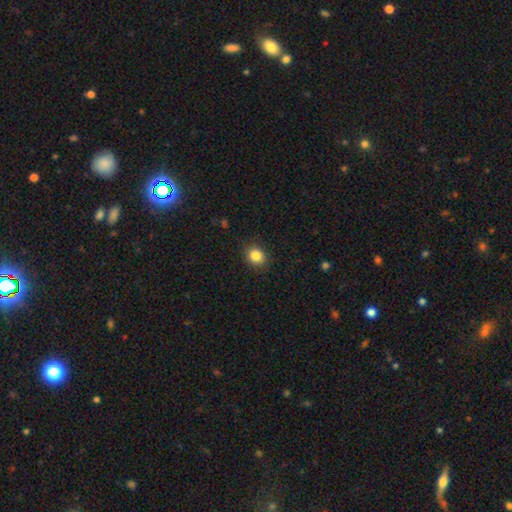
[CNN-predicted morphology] Smooth or featured? Predicted: smooth (p=0.84). How rounded? Predicted: round (p=0.66). Merging? Predicted: none (p=0.88).